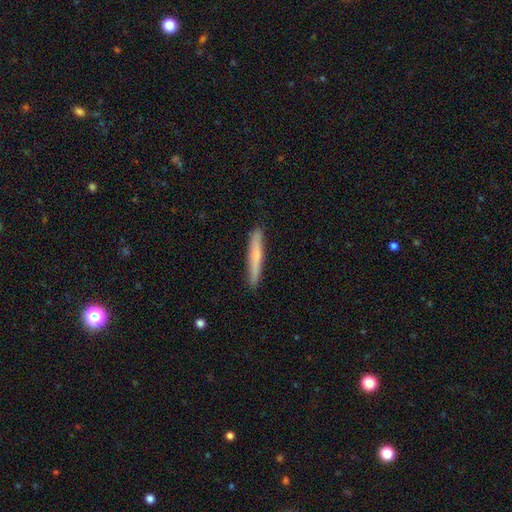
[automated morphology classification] A smooth galaxy with no disk features (63%) that is cigar-shaped (96%).

Vote fractions:
- Smooth or featured? smooth: 63% / featured or disk: 31% / star or artifact: 6%
- How rounded? cigar-shaped: 96% / in between: 3% / round: 1%
- Merging? none: 89% / minor disturbance: 8% / major disturbance: 1% / merger: 1%